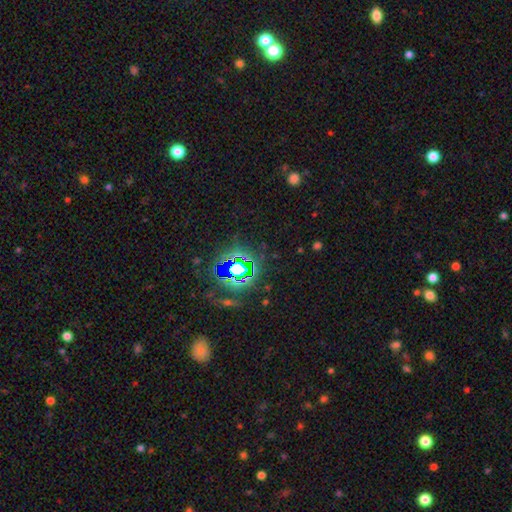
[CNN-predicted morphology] This is likely a star or artifact rather than a galaxy (74%).